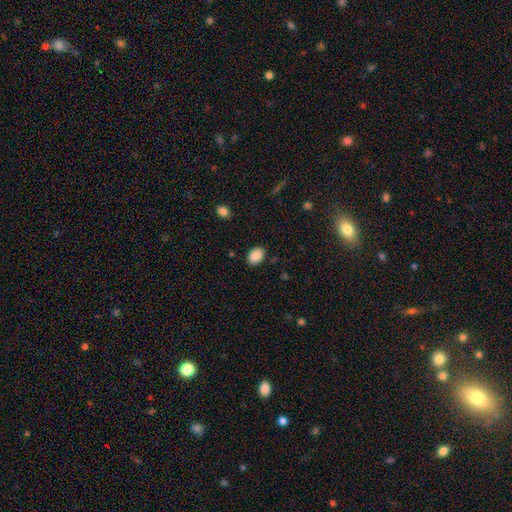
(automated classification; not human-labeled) The model was most divided on "how rounded": in between: 69%, round: 30%, cigar-shaped: 1%. More confident: smooth or featured — smooth (89%); merging — none (86%).